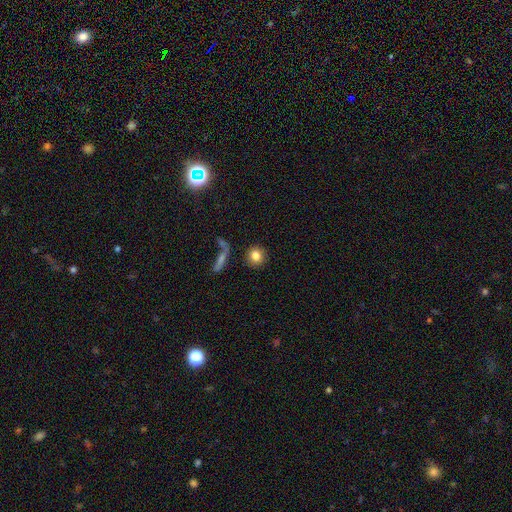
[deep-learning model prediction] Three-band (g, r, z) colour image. It shows a smooth galaxy with no disk features (82%) that is round (87%). Merging: none (84%).